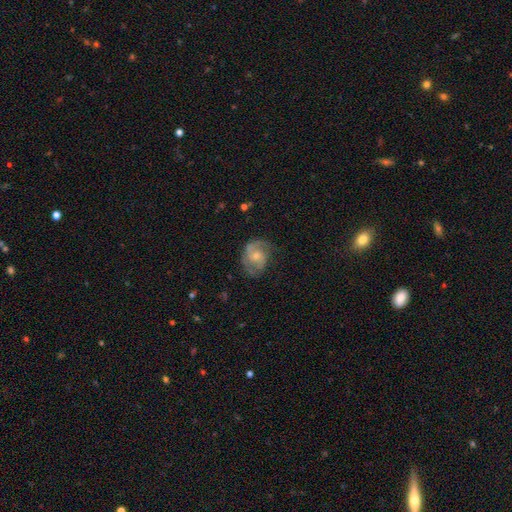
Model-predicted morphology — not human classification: Smooth or featured? Predicted: featured or disk (p=0.73). Edge-on disk? Predicted: no (p=0.98). Bar? Predicted: no (p=0.68). Spiral arms? Predicted: yes (p=0.91). Spiral winding? Predicted: medium (p=0.48). Spiral arm count? Predicted: 2 (p=0.72). Bulge size? Predicted: small (p=0.51). Merging? Predicted: none (p=0.63).